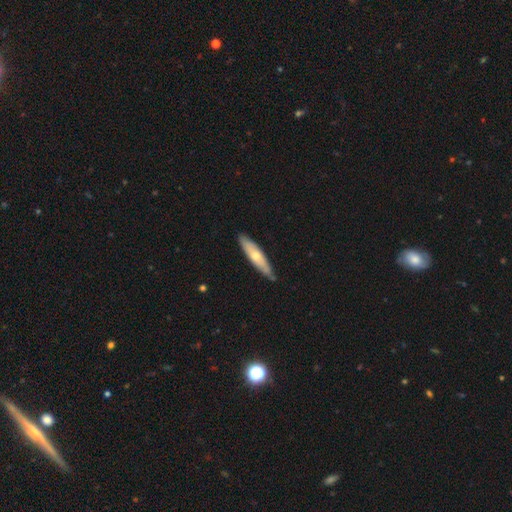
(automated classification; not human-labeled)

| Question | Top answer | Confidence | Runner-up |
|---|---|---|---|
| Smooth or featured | smooth | 54% | featured or disk (41%) |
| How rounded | cigar-shaped | 79% | in between (20%) |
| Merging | none | 79% | minor disturbance (17%) |